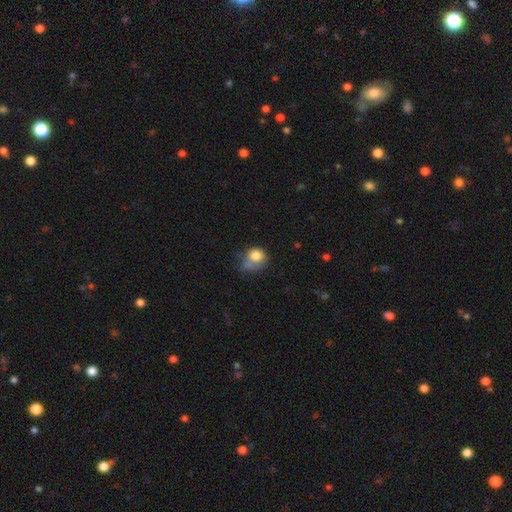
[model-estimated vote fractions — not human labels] Q: Smooth or featured?
A: smooth (79%); runner-up: featured or disk (11%)
Q: How rounded?
A: round (66%); runner-up: in between (33%)
Q: Merging?
A: none (35%); runner-up: minor disturbance (27%)